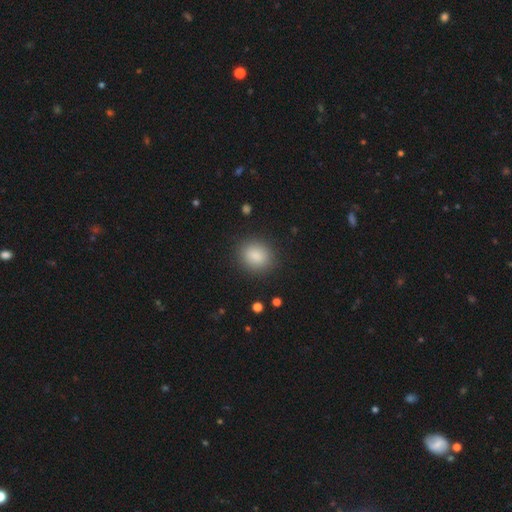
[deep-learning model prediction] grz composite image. It shows a smooth galaxy with no disk features (86%) that is round (65%). Merging: none (87%).